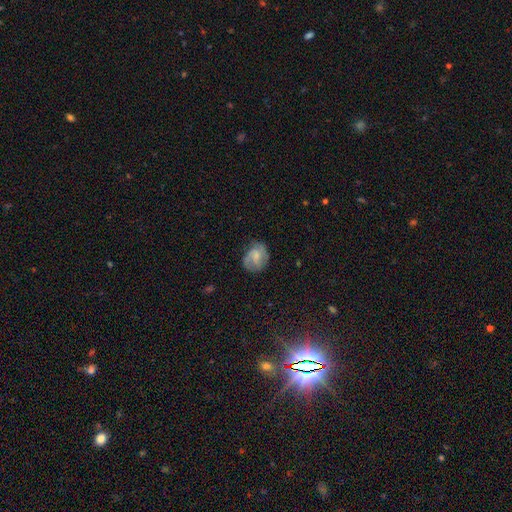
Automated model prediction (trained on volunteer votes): This is possibly a featured or disk galaxy (49%). Merging: likely none (61%).